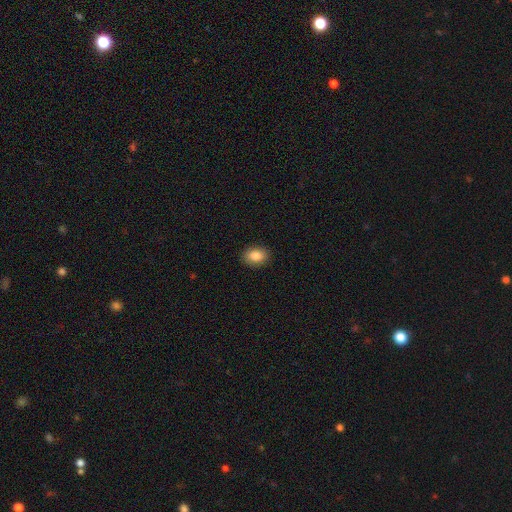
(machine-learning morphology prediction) Smooth or featured? smooth (86%)
How rounded? in between (76%)
Merging? none (90%)